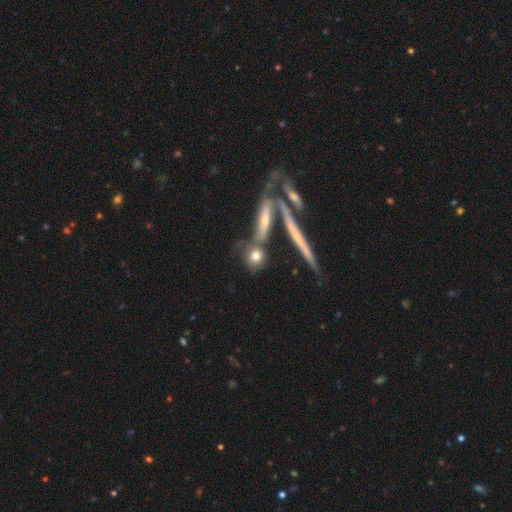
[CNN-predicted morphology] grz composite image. It shows a smooth galaxy with no disk features (72%) that is round (62%). Merging: none (59%).